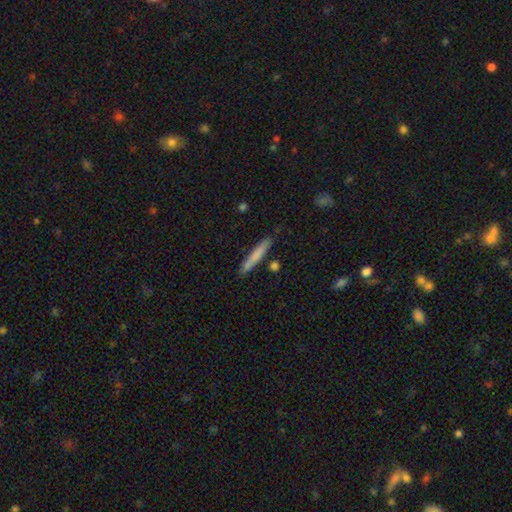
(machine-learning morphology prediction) smooth-or-featured: smooth: 75% | featured or disk: 20% | star or artifact: 6%
  how-rounded: cigar-shaped: 94% | in between: 4% | round: 1%
  merging: none: 84% | minor disturbance: 10% | merger: 3% | major disturbance: 2%